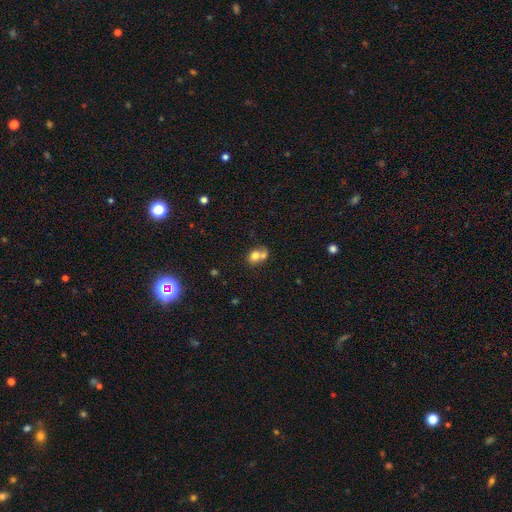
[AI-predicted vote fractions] A smooth galaxy with no disk features (73%) that is round (60%). Merging: merger (60%).